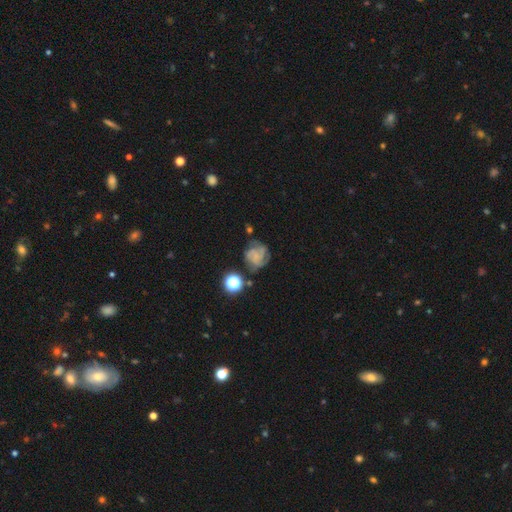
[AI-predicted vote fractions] Smooth or featured? featured or disk (64%)
Edge-on disk? no (98%)
Bar? no (75%)
Spiral arms? yes (87%)
Spiral winding? tight (49%)
Spiral arm count? 3 (36%)
Bulge size? none (60%)
Merging? none (58%)